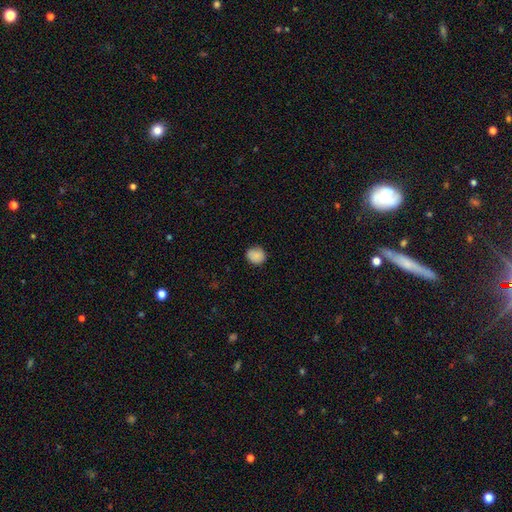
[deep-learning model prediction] This appears to be a smooth galaxy with no disk features (86%) that is round (78%). Merging: none (83%).